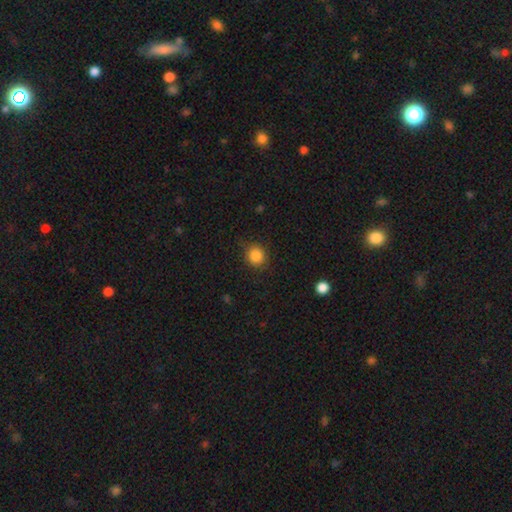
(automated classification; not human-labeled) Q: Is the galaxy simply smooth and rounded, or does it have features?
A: smooth — 86%.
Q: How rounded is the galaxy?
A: round — 85%.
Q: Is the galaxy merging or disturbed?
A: none — 83%.